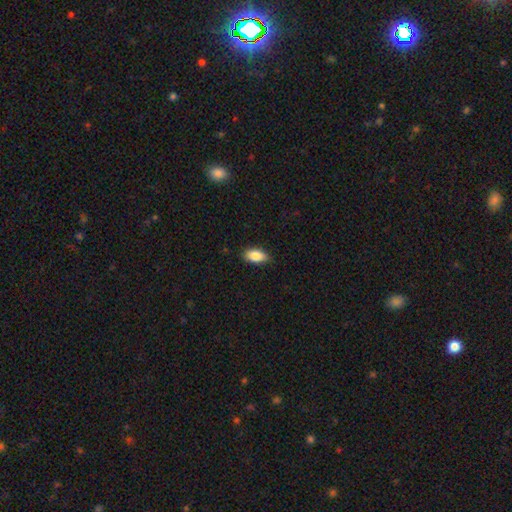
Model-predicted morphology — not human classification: Q: Smooth or featured?
A: smooth (86%); runner-up: star or artifact (7%)
Q: How rounded?
A: in between (91%); runner-up: round (5%)
Q: Merging?
A: none (80%); runner-up: minor disturbance (17%)